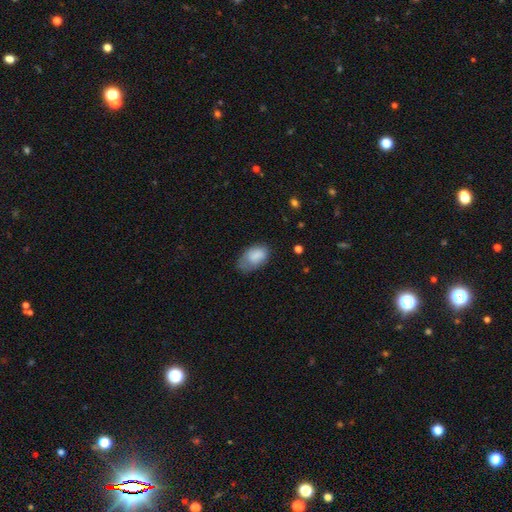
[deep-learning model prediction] smooth_or_featured: smooth (p=0.82) [alt: featured or disk p=0.11]
how_rounded: in between (p=0.90) [alt: round p=0.08]
merging: none (p=0.46) [alt: minor disturbance p=0.37]